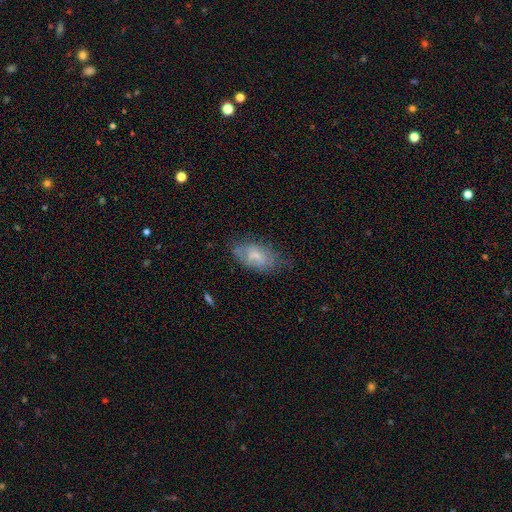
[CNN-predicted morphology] This is possibly a smooth galaxy (53%). How rounded: clearly in between (91%). Merging: possibly none (52%).